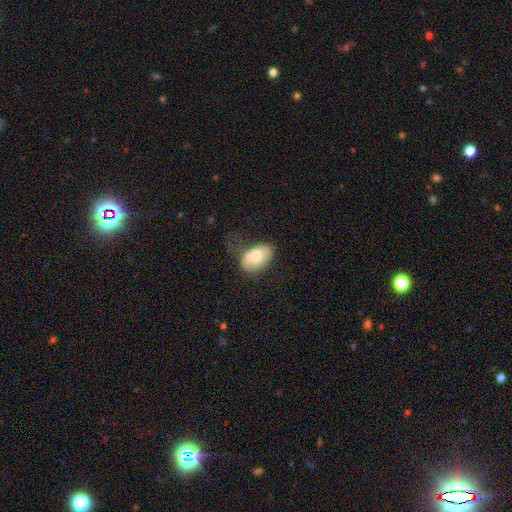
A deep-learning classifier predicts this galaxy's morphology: type=smooth (63%); roundness=in between (90%); merging=none (33%).